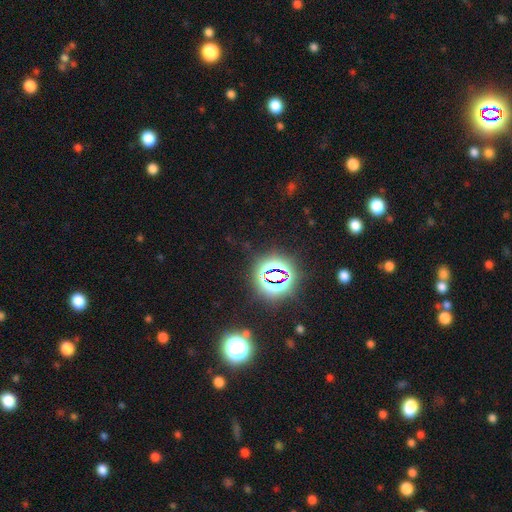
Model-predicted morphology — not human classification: smooth_or_featured: star or artifact (p=0.79) [alt: smooth p=0.13]